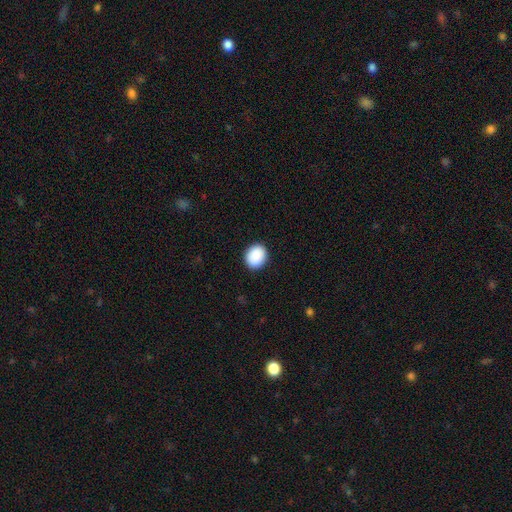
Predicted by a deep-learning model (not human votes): Q: Smooth or featured?
A: smooth (90%); runner-up: star or artifact (7%)
Q: How rounded?
A: round (62%); runner-up: in between (37%)
Q: Merging?
A: none (90%); runner-up: minor disturbance (7%)